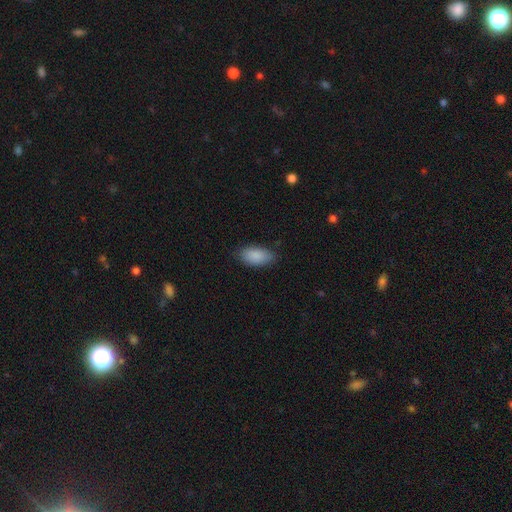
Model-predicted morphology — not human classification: Smooth or featured? Predicted: smooth (p=0.89). How rounded? Predicted: in between (p=0.92). Merging? Predicted: none (p=0.82).